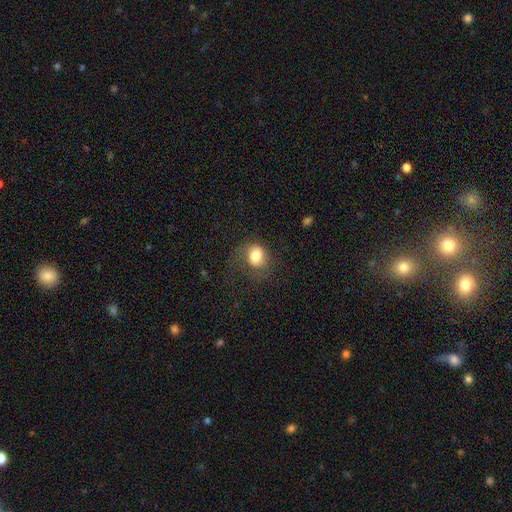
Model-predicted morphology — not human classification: type=smooth (78%); roundness=round (55%); merging=none (49%).